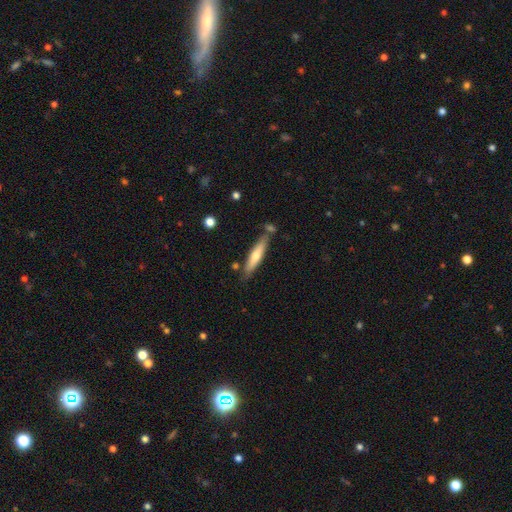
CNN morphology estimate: Smooth or featured? smooth (53%)
How rounded? cigar-shaped (86%)
Merging? none (76%)